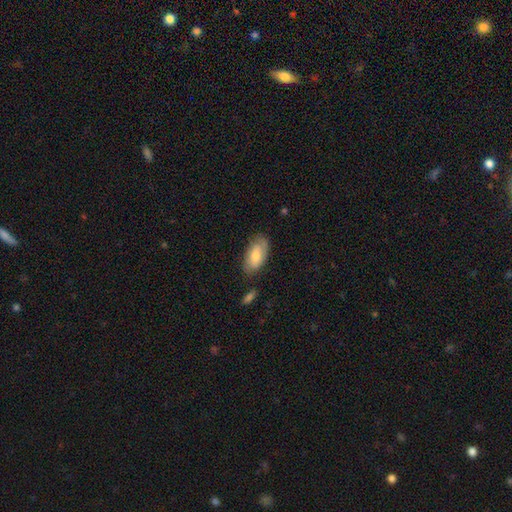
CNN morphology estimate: Smooth or featured?
  - smooth: 60% *
  - featured or disk: 32%
  - star or artifact: 8%
How rounded?
  - in between: 91% *
  - cigar-shaped: 6%
  - round: 3%
Merging?
  - none: 74% *
  - minor disturbance: 19%
  - major disturbance: 4%
  - merger: 3%